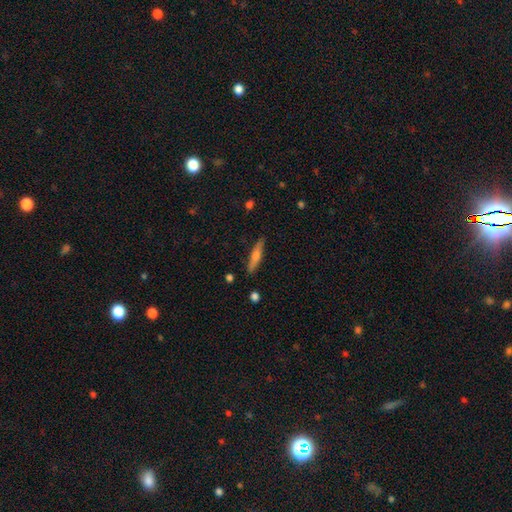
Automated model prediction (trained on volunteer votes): Smooth or featured?
  - featured or disk: 53% *
  - smooth: 39%
  - star or artifact: 7%
Edge-on disk?
  - yes: 94% *
  - no: 6%
Edge-on bulge?
  - rounded: 87% *
  - none: 8%
  - boxy: 4%
Merging?
  - none: 89% *
  - minor disturbance: 8%
  - major disturbance: 2%
  - merger: 1%